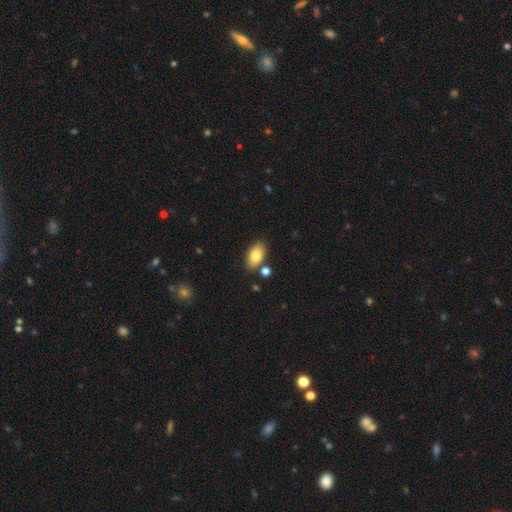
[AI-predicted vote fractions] Overall: smooth (80%). How rounded: in between (92%). Merging: none (79%).